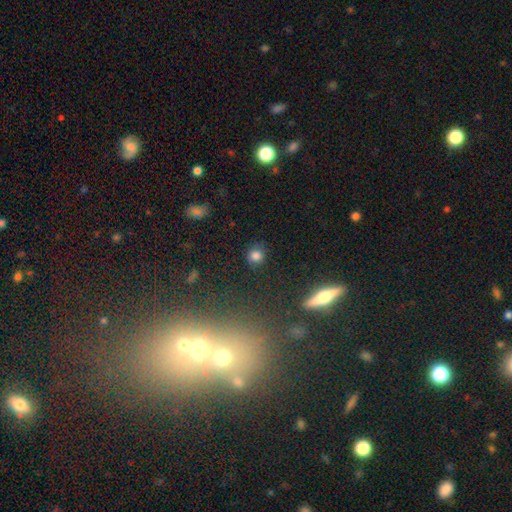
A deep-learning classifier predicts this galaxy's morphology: Smooth or featured? Predicted: smooth (p=0.80). How rounded? Predicted: round (p=0.87). Merging? Predicted: none (p=0.81).